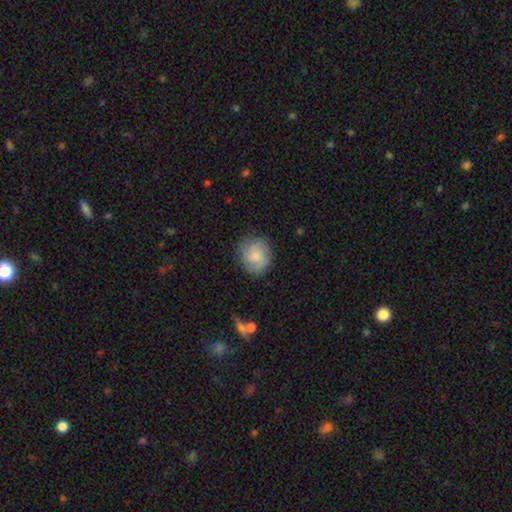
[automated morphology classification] This is likely a smooth galaxy (65%). How rounded: clearly round (80%). Merging: likely none (77%).